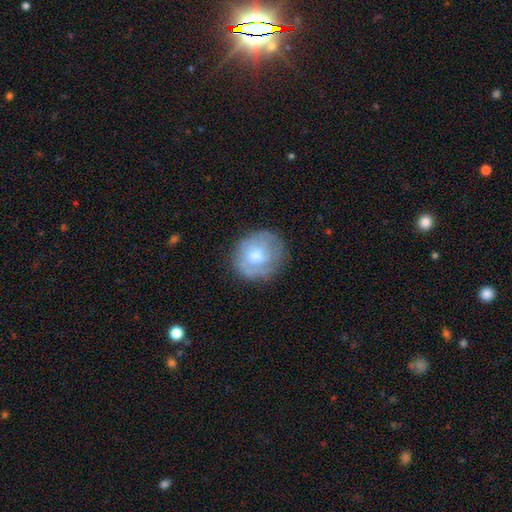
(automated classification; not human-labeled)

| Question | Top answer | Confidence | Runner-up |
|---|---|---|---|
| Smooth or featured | smooth | 57% | featured or disk (36%) |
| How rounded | round | 78% | in between (21%) |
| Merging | none | 69% | minor disturbance (20%) |